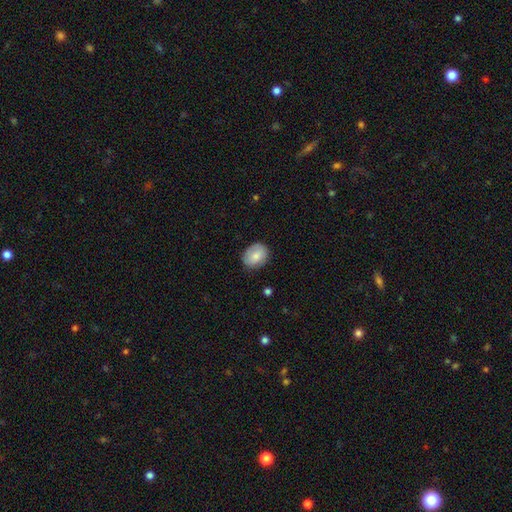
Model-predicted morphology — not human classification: Overall: smooth (76%). How rounded: in between (58%; round 41%). Merging: none (80%).